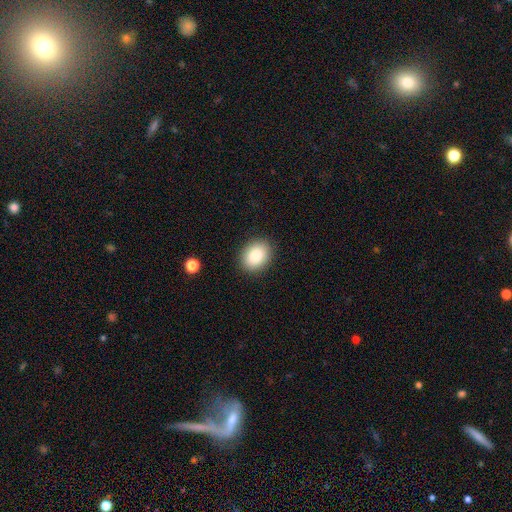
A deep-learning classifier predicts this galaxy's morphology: smooth_or_featured: smooth (p=0.85) [alt: star or artifact p=0.08]
how_rounded: in between (p=0.59) [alt: round p=0.40]
merging: none (p=0.89) [alt: minor disturbance p=0.08]